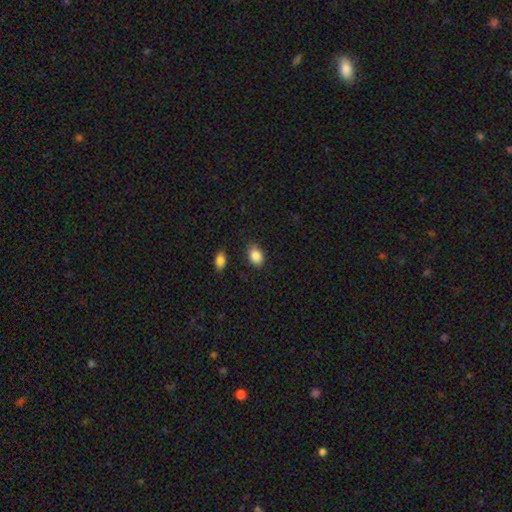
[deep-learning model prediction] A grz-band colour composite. It shows a smooth galaxy with no disk features (87%) that is in between round and cigar-shaped (79%). Merging: none (81%).